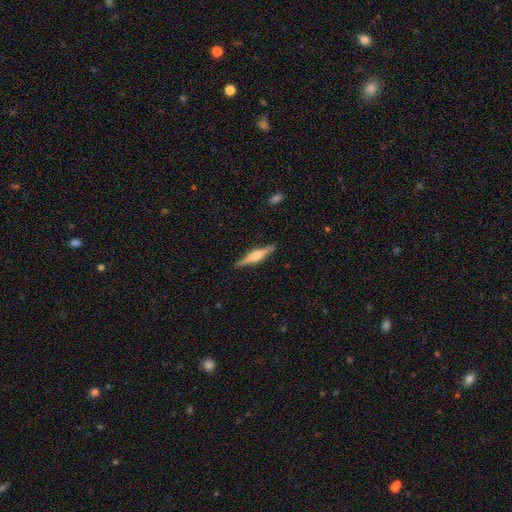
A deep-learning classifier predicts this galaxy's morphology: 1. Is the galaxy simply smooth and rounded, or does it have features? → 65% featured or disk, 30% smooth, 6% star or artifact.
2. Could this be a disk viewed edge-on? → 98% yes, 2% no.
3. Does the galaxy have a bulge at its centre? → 72% rounded, 22% boxy, 7% none.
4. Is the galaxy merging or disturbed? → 90% none, 7% minor disturbance, 2% major disturbance, 1% merger.